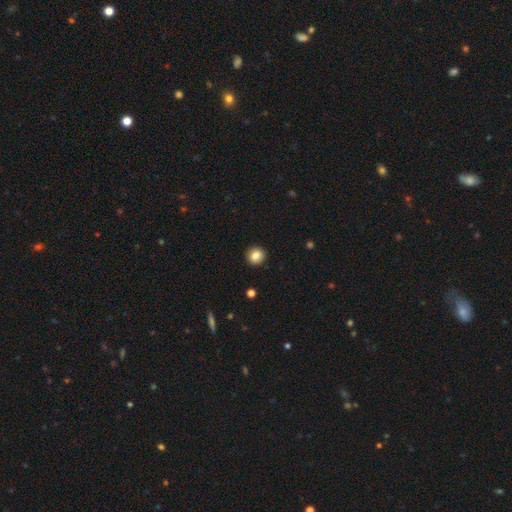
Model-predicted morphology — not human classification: This appears to be a smooth galaxy with no disk features (84%) that is round (87%). Merging: none (91%).